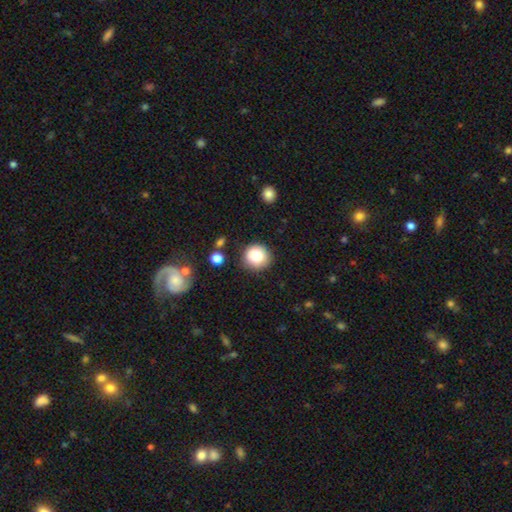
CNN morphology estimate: Overall: smooth (81%). How rounded: round (90%). Merging: none (85%).